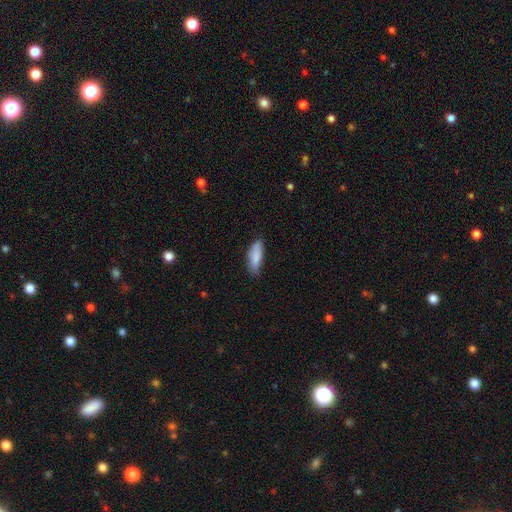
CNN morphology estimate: type=smooth (86%); roundness=in between (57%); merging=none (75%).